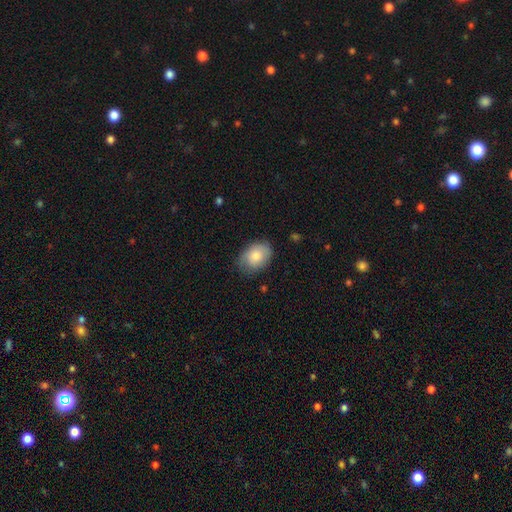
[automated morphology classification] This is likely a smooth galaxy (79%). How rounded: likely in between (76%). Merging: likely none (74%).